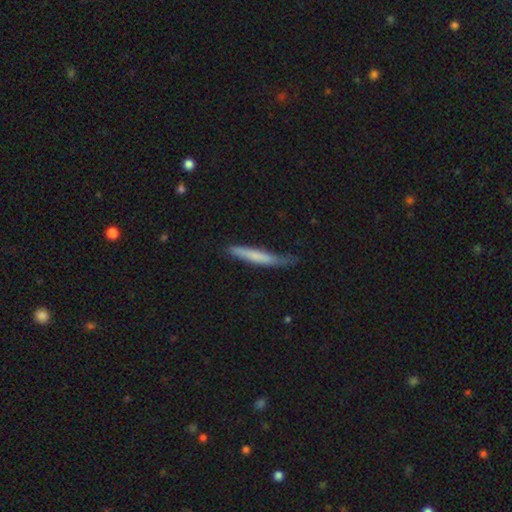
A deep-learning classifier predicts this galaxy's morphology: Smooth or featured? smooth (68%)
How rounded? cigar-shaped (94%)
Merging? none (56%)